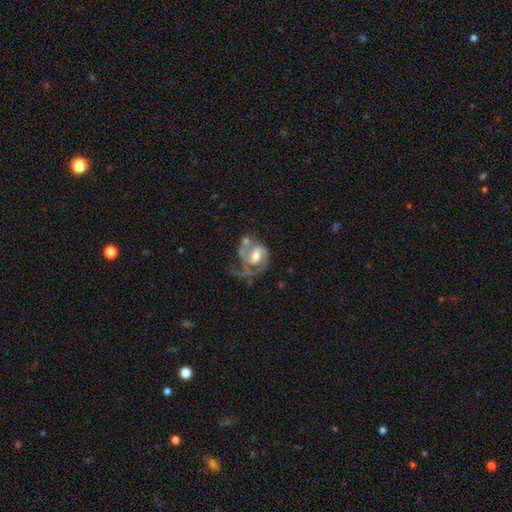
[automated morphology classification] This appears to be a featured or disk galaxy (87%) with a weak bar (50%), 2 (69%) medium (50%) spiral arms (96%) and a moderate central bulge (64%). Merging: none (36%).